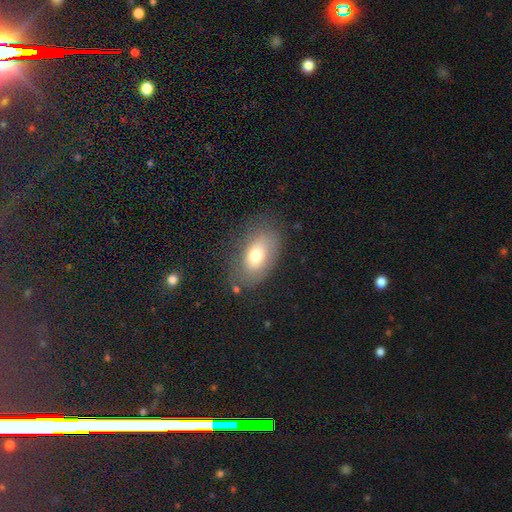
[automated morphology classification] Q: Smooth or featured?
A: smooth (71%); runner-up: featured or disk (20%)
Q: How rounded?
A: in between (90%); runner-up: round (8%)
Q: Merging?
A: none (72%); runner-up: minor disturbance (18%)